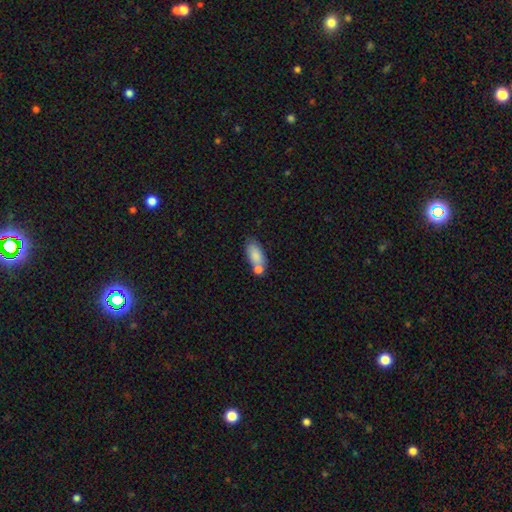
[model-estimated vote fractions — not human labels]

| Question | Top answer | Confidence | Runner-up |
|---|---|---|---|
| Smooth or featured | smooth | 81% | featured or disk (12%) |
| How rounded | in between | 86% | cigar-shaped (10%) |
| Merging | none | 47% | merger (32%) |